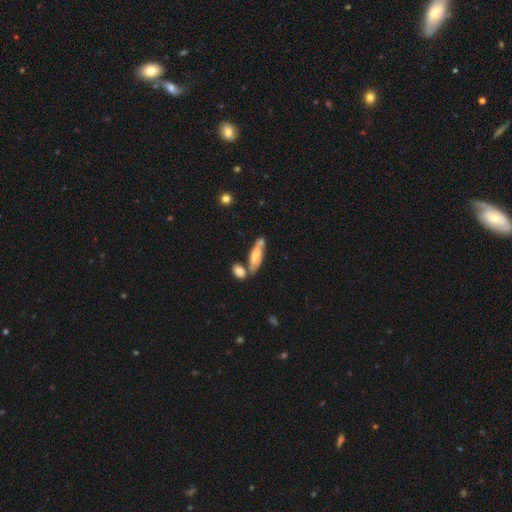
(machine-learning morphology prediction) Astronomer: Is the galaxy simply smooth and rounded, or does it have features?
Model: smooth — 62%.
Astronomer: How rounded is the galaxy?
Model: in between — 51% (runner-up: cigar-shaped, 46%).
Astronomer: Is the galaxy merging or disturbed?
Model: none — 50% (runner-up: merger, 29%).